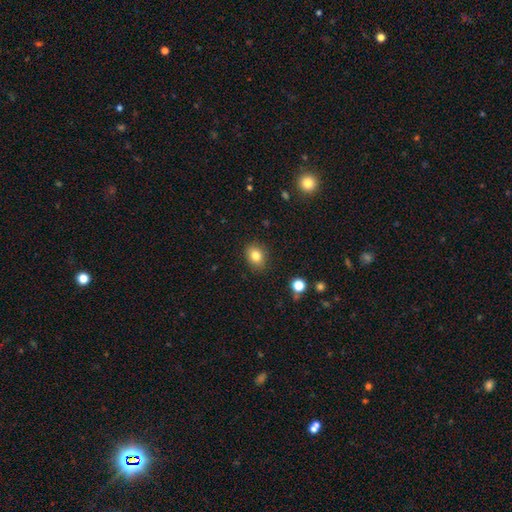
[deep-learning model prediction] Q: Smooth or featured?
A: smooth (82%); runner-up: star or artifact (11%)
Q: How rounded?
A: in between (54%); runner-up: round (45%)
Q: Merging?
A: none (87%); runner-up: minor disturbance (10%)